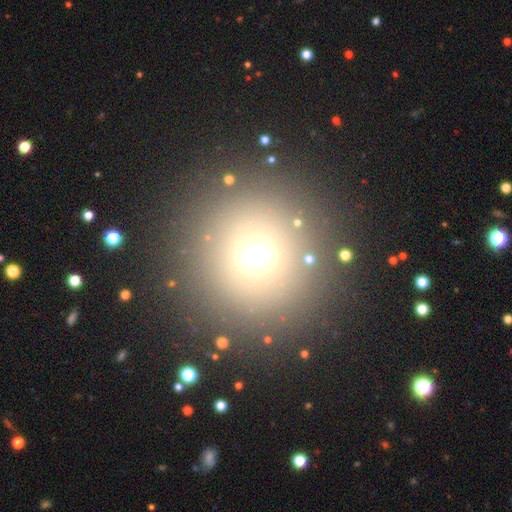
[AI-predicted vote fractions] Overall: smooth (56%; star or artifact 31%). How rounded: round (92%). Merging: none (86%).